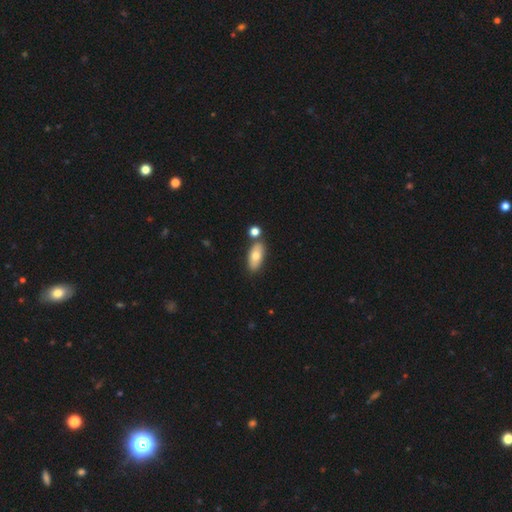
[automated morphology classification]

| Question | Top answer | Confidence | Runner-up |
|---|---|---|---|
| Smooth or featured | smooth | 73% | featured or disk (20%) |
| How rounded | in between | 85% | cigar-shaped (11%) |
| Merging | none | 74% | merger (13%) |